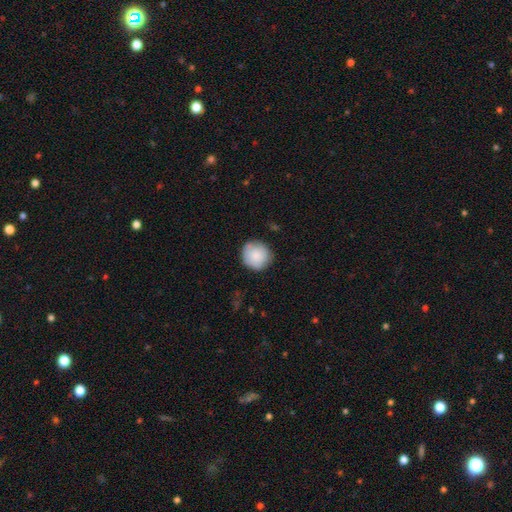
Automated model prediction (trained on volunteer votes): This is clearly a smooth galaxy (83%). How rounded: clearly round (93%). Merging: clearly none (83%).